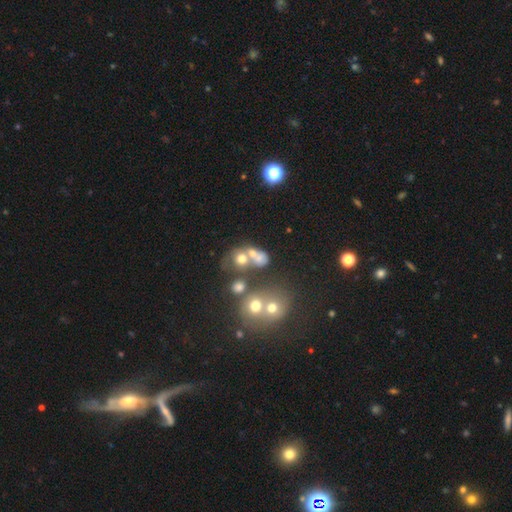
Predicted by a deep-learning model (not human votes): The model was most divided on "merging": merger: 48%, none: 33%, minor disturbance: 10%, major disturbance: 10%. More confident: smooth or featured — smooth (60%); how rounded — round (59%).